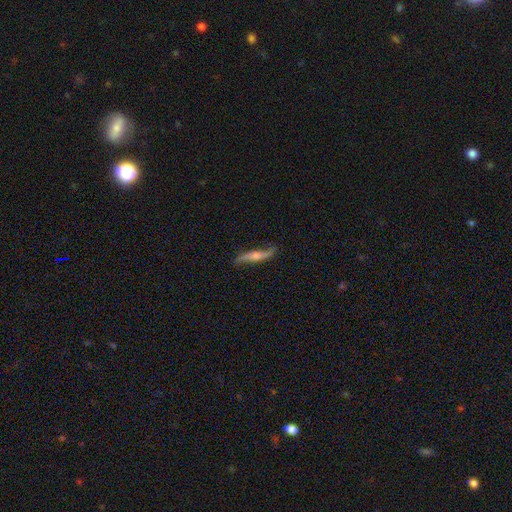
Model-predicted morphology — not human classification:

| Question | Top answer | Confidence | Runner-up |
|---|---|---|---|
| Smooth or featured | featured or disk | 74% | smooth (19%) |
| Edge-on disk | yes | 63% | no (37%) |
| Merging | none | 79% | minor disturbance (16%) |